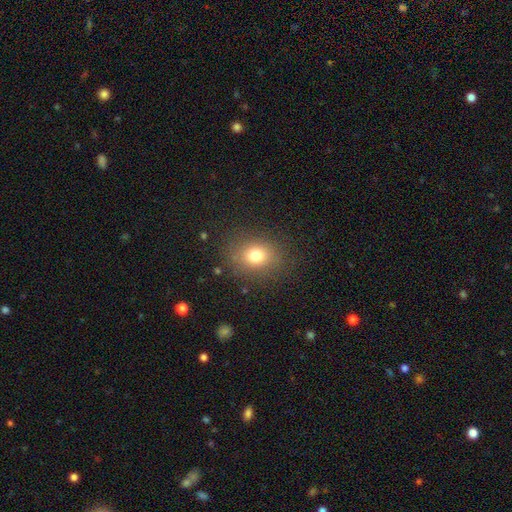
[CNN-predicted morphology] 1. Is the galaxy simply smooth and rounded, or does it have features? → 76% smooth, 14% star or artifact, 10% featured or disk.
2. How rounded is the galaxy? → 57% round, 42% in between, 1% cigar-shaped.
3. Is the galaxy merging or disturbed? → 84% none, 10% minor disturbance, 5% major disturbance, 1% merger.